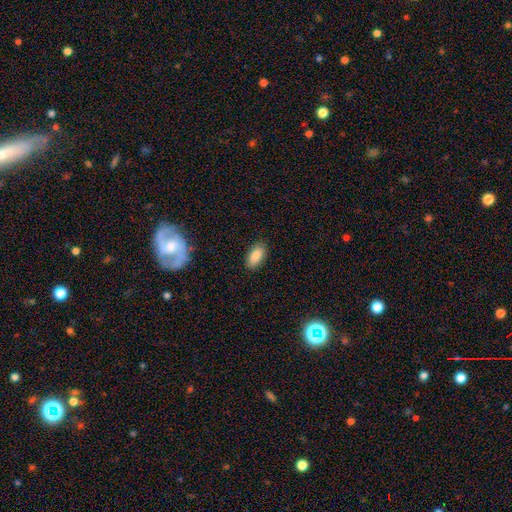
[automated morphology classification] Overall: smooth (86%). How rounded: in between (92%). Merging: none (87%).